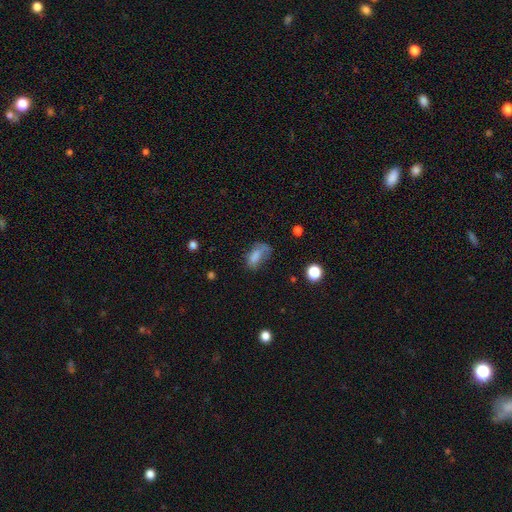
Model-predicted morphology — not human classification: Q: Smooth or featured?
A: smooth (72%); runner-up: featured or disk (16%)
Q: How rounded?
A: in between (85%); runner-up: cigar-shaped (9%)
Q: Merging?
A: none (37%); runner-up: minor disturbance (30%)